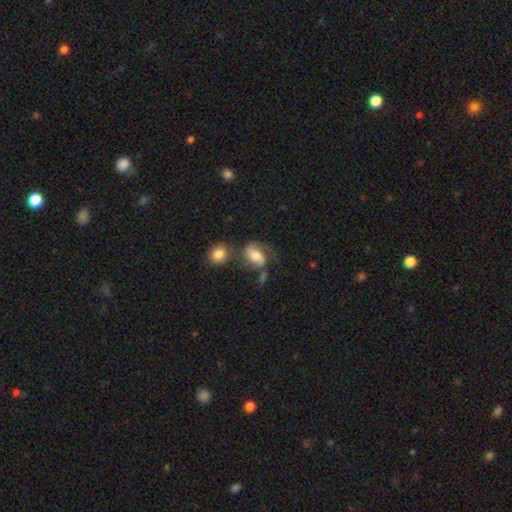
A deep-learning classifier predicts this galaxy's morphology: This appears to be a smooth galaxy with no disk features (48%). Merging: none (39%).